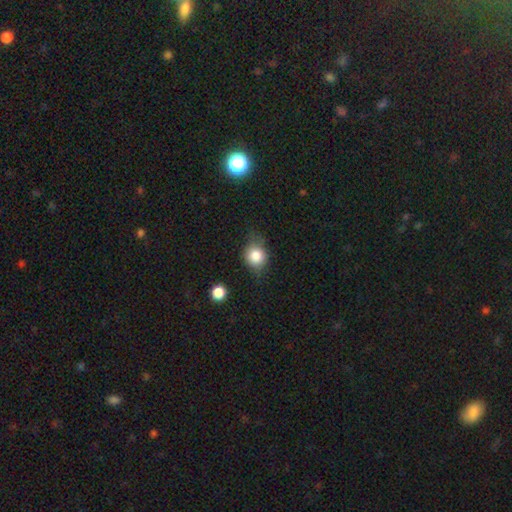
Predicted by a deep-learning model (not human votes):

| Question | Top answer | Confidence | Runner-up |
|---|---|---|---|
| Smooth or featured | smooth | 79% | featured or disk (11%) |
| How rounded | round | 68% | in between (31%) |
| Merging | none | 59% | minor disturbance (29%) |